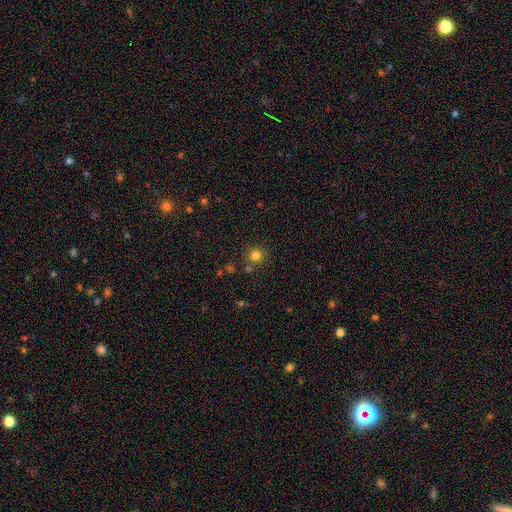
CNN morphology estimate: Smooth or featured: smooth — 80% (star or artifact — 14%)
How rounded: round — 93% (in between — 6%)
Merging: none — 79% (merger — 9%)